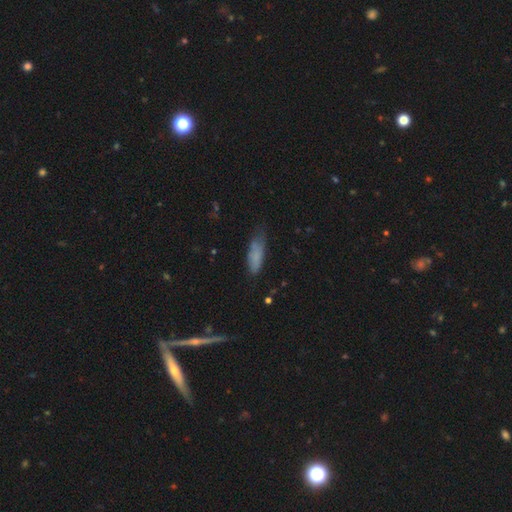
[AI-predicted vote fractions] This appears to be a smooth galaxy with no disk features (78%) that is in between round and cigar-shaped (55%). Merging: none (52%).